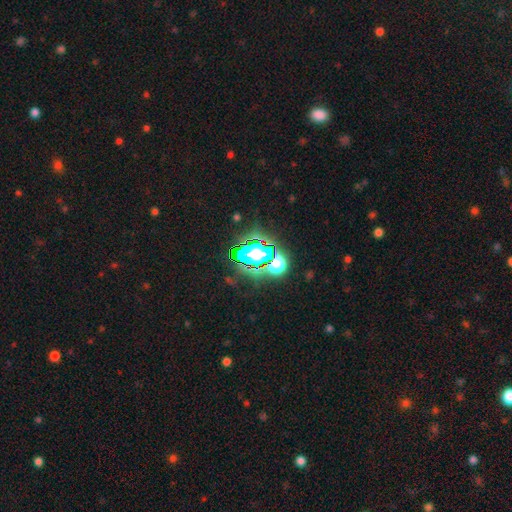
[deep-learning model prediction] A star or artifact, not a galaxy (75%).

Vote fractions:
- Smooth or featured? star or artifact: 75% / smooth: 15% / featured or disk: 10%